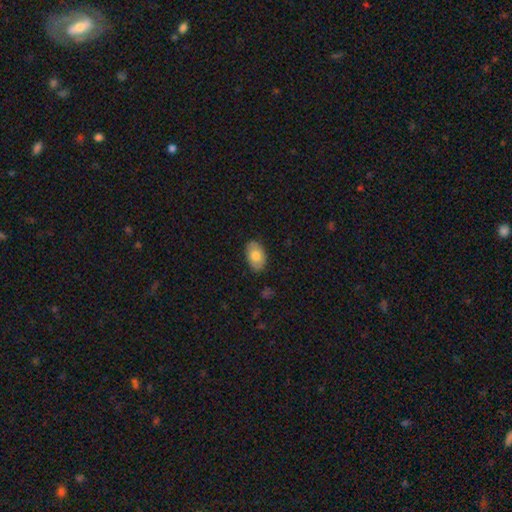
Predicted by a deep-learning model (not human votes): Smooth or featured? smooth (73%)
How rounded? in between (90%)
Merging? none (84%)